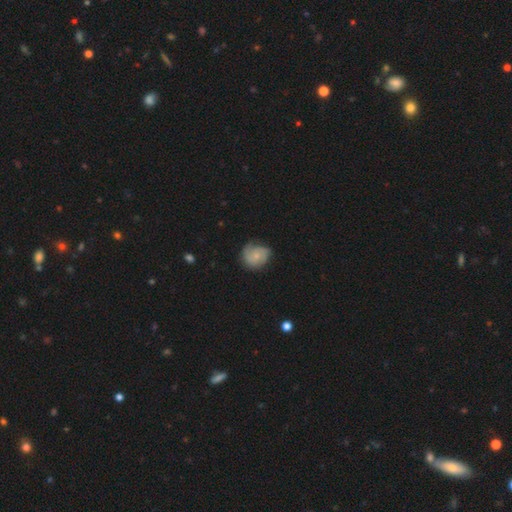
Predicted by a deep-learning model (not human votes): smooth-or-featured: featured or disk: 57% | smooth: 36% | star or artifact: 7%
  disk-edge-on: no: 98% | yes: 2%
    bar: no: 80% | weak: 17% | strong: 2%
    has-spiral-arms: yes: 87% | no: 13%
    bulge-size: small: 68% | moderate: 26% | none: 4% | large: 1% | dominant: 1%
  merging: none: 56% | minor disturbance: 30% | major disturbance: 12% | merger: 2%